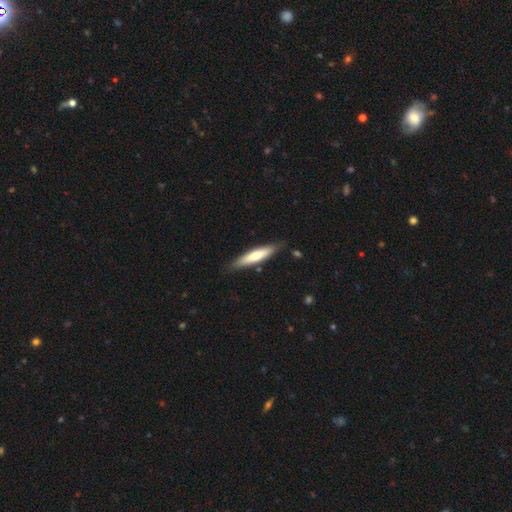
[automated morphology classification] smooth-or-featured: smooth: 60% | featured or disk: 35% | star or artifact: 5%
  how-rounded: cigar-shaped: 81% | in between: 18% | round: 1%
  merging: none: 82% | minor disturbance: 13% | merger: 2% | major disturbance: 2%